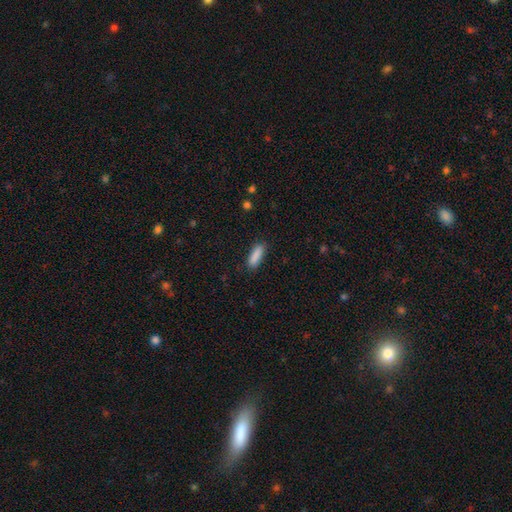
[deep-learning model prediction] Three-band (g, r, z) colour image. It shows a smooth galaxy with no disk features (88%) that is cigar-shaped (53%). Merging: none (86%).